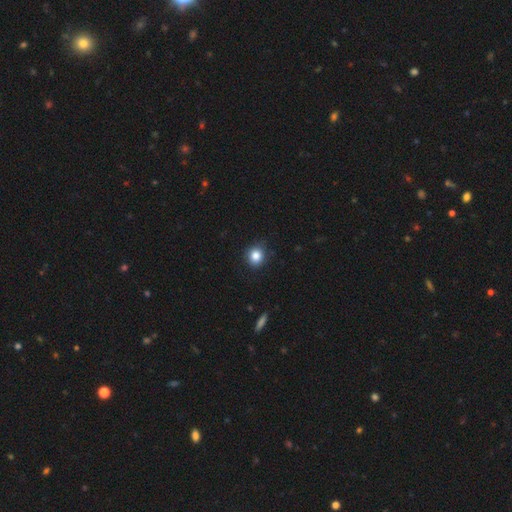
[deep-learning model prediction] The model was most divided on "how rounded": round: 84%, in between: 15%, cigar-shaped: 1%. More confident: merging — none (86%); smooth or featured — smooth (85%).